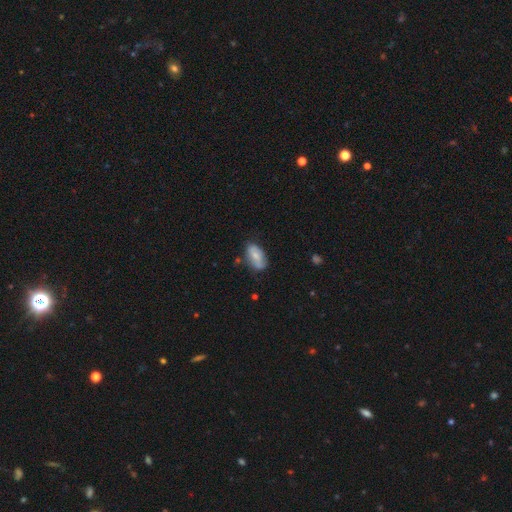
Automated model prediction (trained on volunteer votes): smooth_or_featured: smooth (p=0.59) [alt: featured or disk p=0.34]
how_rounded: in between (p=0.92) [alt: round p=0.05]
merging: none (p=0.64) [alt: minor disturbance p=0.27]